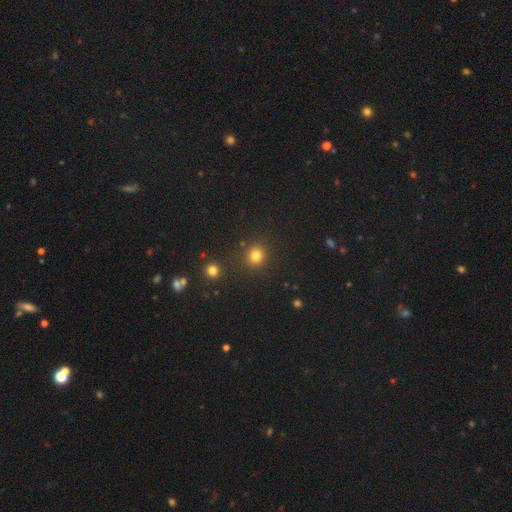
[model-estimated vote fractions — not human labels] This appears to be a smooth galaxy with no disk features (81%) that is round (88%). Merging: none (87%).